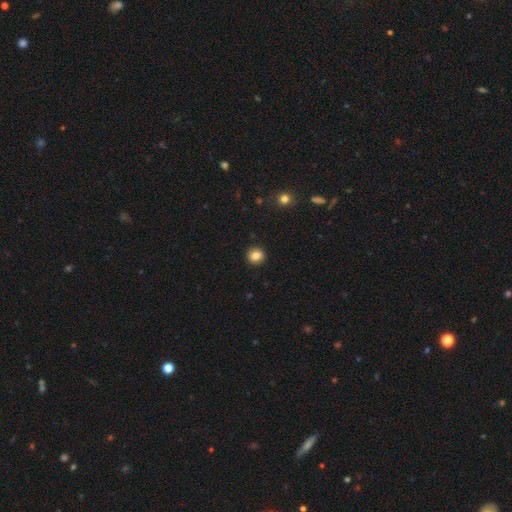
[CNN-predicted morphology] This is clearly a smooth galaxy (84%). How rounded: clearly round (88%). Merging: clearly none (92%).